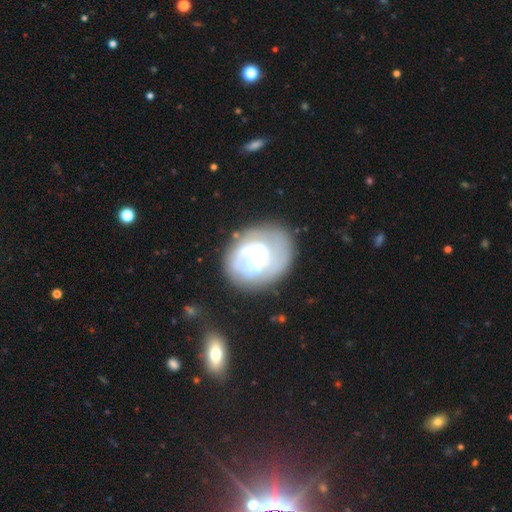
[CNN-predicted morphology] featured or disk 62%, smooth 30%, star or artifact 8%. Down the decision tree: edge-on disk — no (98%); bar — no (56%); spiral arms — yes (57%); bulge size — small (32%); merging — none (53%).